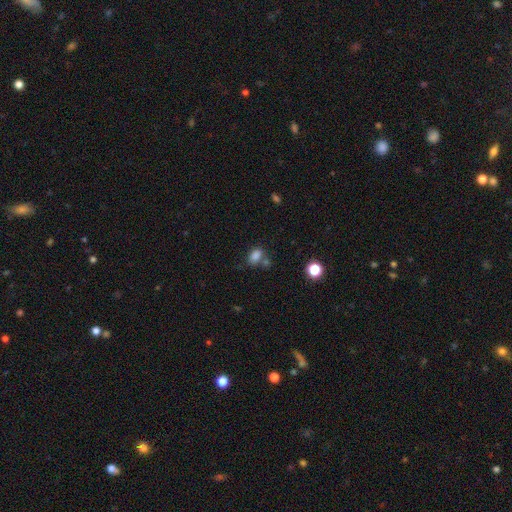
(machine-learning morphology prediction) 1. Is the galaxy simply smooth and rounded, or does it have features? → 82% smooth, 12% star or artifact, 6% featured or disk.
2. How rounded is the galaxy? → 81% in between, 17% round, 2% cigar-shaped.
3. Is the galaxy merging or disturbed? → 57% none, 22% merger, 16% minor disturbance, 6% major disturbance.